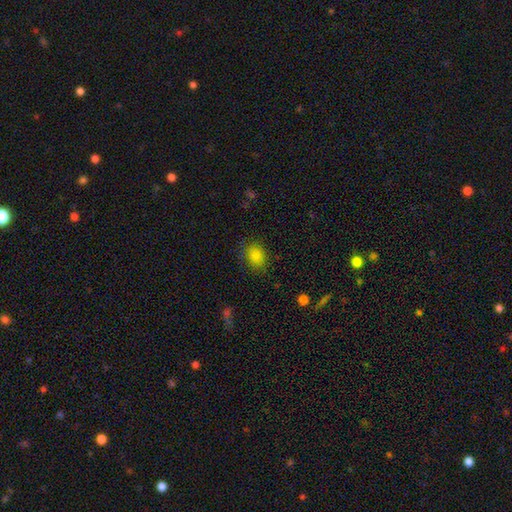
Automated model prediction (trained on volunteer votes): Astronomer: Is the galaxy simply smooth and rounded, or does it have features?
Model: smooth — 85%.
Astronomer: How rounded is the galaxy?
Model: in between — 59% (runner-up: round, 40%).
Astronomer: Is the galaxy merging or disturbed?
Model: none — 82%.